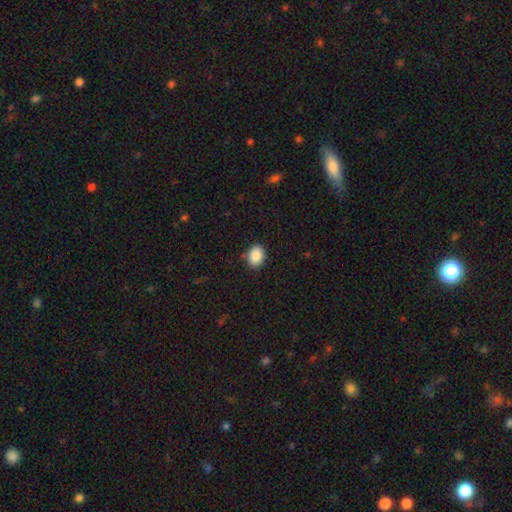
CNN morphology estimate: Smooth or featured?
  - smooth: 88% *
  - star or artifact: 8%
  - featured or disk: 4%
How rounded?
  - in between: 69% *
  - round: 30%
  - cigar-shaped: 1%
Merging?
  - none: 85% *
  - minor disturbance: 11%
  - major disturbance: 2%
  - merger: 2%